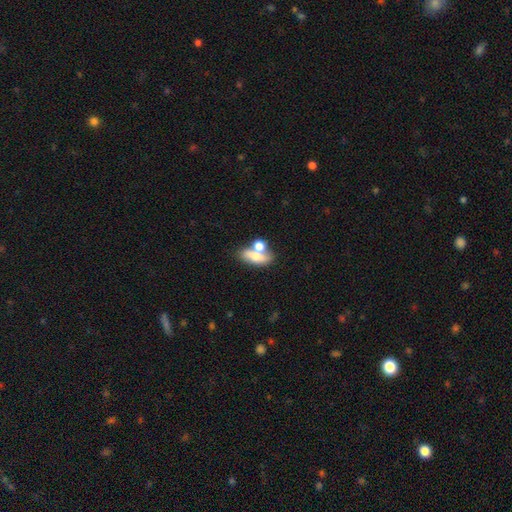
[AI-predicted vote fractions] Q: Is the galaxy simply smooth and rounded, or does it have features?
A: smooth — 64%.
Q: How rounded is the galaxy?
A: in between — 71%.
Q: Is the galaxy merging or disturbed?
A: merger — 46%.